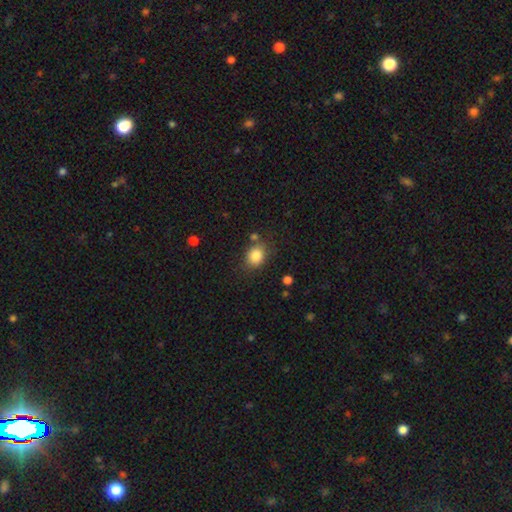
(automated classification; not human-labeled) smooth 84%, star or artifact 10%, featured or disk 6%. Down the decision tree: how rounded — round (55%); merging — none (75%).